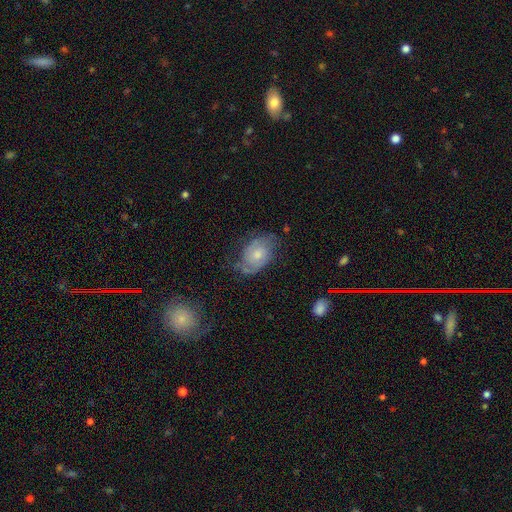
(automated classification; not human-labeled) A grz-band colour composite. It shows a featured or disk galaxy (57%) with no bar (75%), spiral arms (79%) and a moderate central bulge (53%). Merging: none (54%).